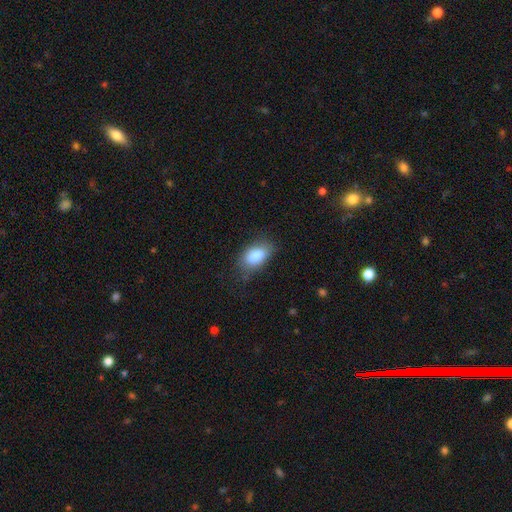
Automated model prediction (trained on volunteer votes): smooth 85%, featured or disk 8%, star or artifact 7%. Down the decision tree: how rounded — in between (91%); merging — none (72%).